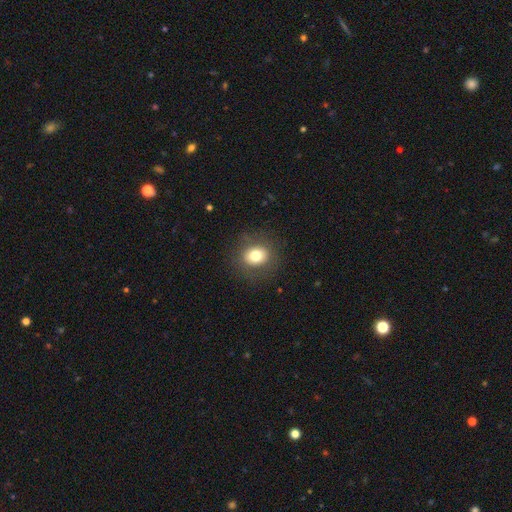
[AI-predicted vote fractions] Smooth or featured? smooth (77%)
How rounded? round (68%)
Merging? none (84%)